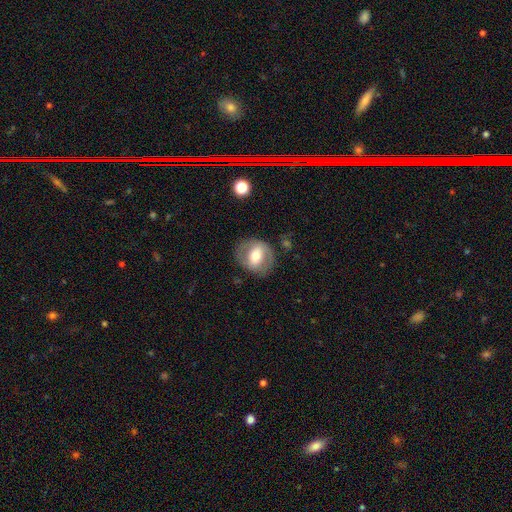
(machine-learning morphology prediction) Smooth or featured?
  - featured or disk: 47% *
  - smooth: 46%
  - star or artifact: 7%
Merging?
  - none: 78% *
  - minor disturbance: 14%
  - major disturbance: 7%
  - merger: 2%